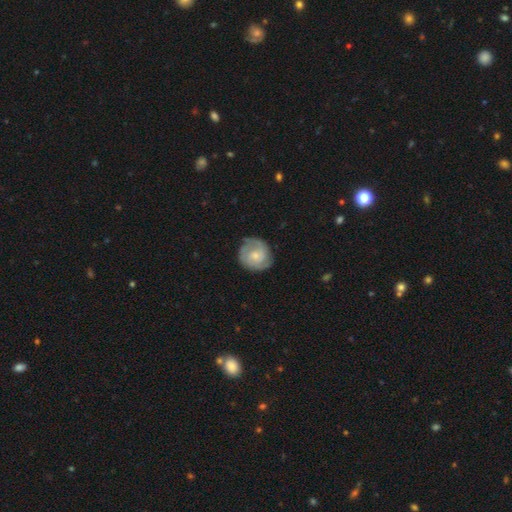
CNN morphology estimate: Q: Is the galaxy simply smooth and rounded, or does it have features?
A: featured or disk — 59%.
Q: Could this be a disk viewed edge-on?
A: no — 97%.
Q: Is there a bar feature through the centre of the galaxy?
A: no — 71%.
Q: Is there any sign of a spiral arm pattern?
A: yes — 86%.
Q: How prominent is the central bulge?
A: small — 54%.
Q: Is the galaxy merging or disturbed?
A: none — 74%.